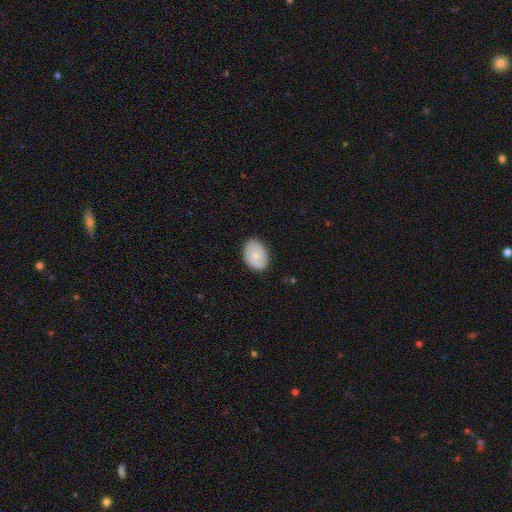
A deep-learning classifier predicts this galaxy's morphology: This is likely a smooth galaxy (71%). How rounded: likely in between (77%). Merging: clearly none (82%).